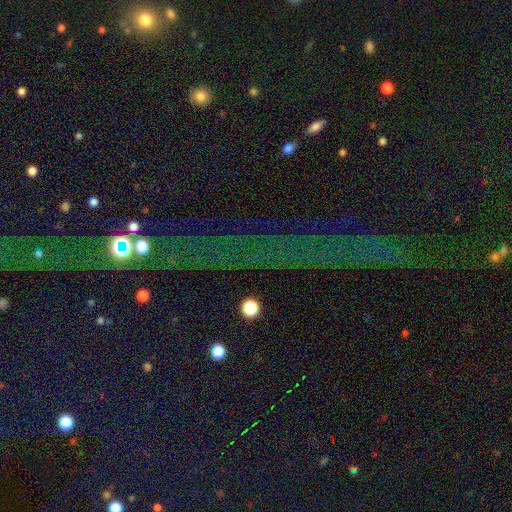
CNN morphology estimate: Smooth or featured? star or artifact (77%)